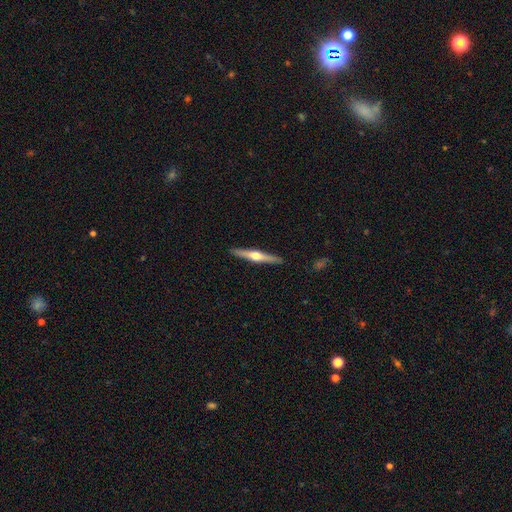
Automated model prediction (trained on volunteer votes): smooth_or_featured: featured or disk (p=0.68) [alt: smooth p=0.27]
disk_edge_on: yes (p=0.98) [alt: no p=0.02]
edge_on_bulge: rounded (p=0.93) [alt: none p=0.04]
merging: none (p=0.92) [alt: minor disturbance p=0.06]